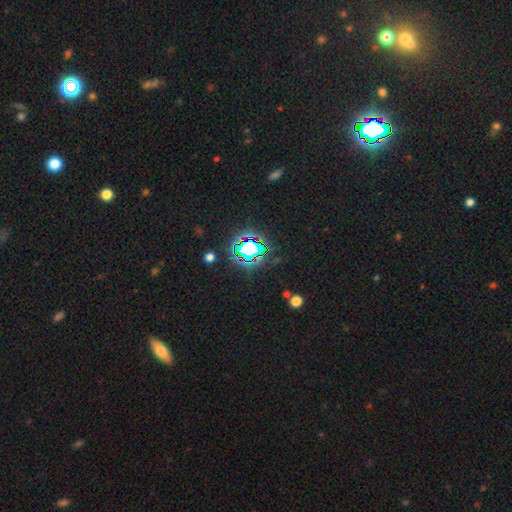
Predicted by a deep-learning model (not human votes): Smooth or featured: star or artifact — 81% (smooth — 12%)